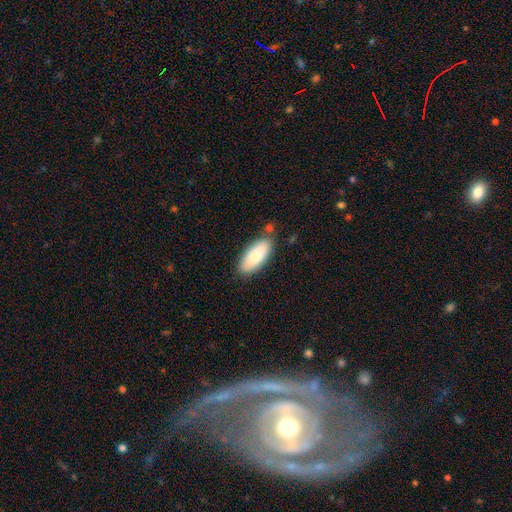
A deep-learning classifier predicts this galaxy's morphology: Q: Smooth or featured?
A: smooth (82%); runner-up: featured or disk (12%)
Q: How rounded?
A: in between (82%); runner-up: cigar-shaped (16%)
Q: Merging?
A: none (77%); runner-up: minor disturbance (14%)